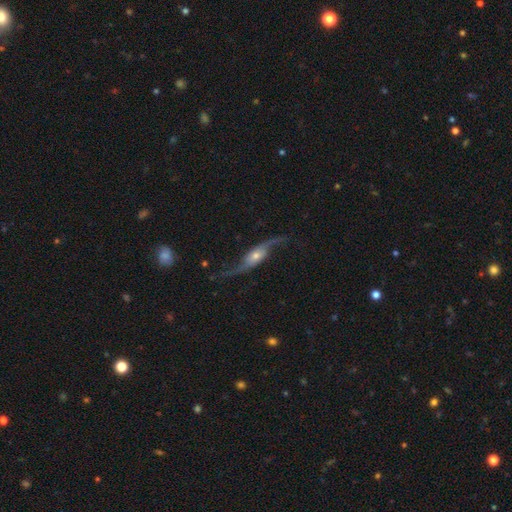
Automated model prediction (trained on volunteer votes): Morphology: type=featured or disk (87%); edge-on=no (85%); bar=no (58%); spiral arms=yes (95%); winding=loose (90%); arm count=2 (94%); bulge=small (48%); merging=none (70%).